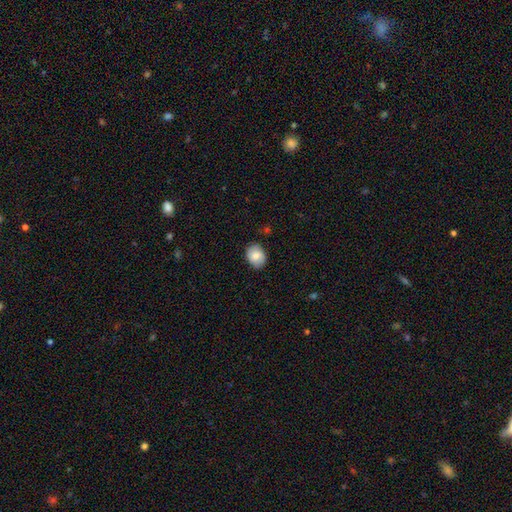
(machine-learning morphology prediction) A smooth galaxy with no disk features (77%) that is in between round and cigar-shaped (55%).

Vote fractions:
- Smooth or featured? smooth: 77% / featured or disk: 15% / star or artifact: 8%
- How rounded? in between: 55% / round: 44% / cigar-shaped: 1%
- Merging? none: 82% / minor disturbance: 14% / major disturbance: 3% / merger: 1%